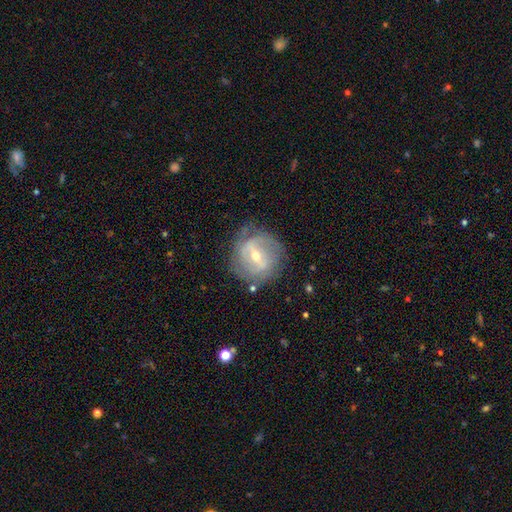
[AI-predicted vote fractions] Overall: featured or disk (77%). Edge-on disk: no (94%). Bar: strong (50%; weak 38%). Spiral arms: yes (69%; no 31%). Spiral arm count: 2 (52%; can't tell 31%). Spiral winding: tight (45%; medium 36%). Bulge size: moderate (51%; small 46%). Merging: none (72%).